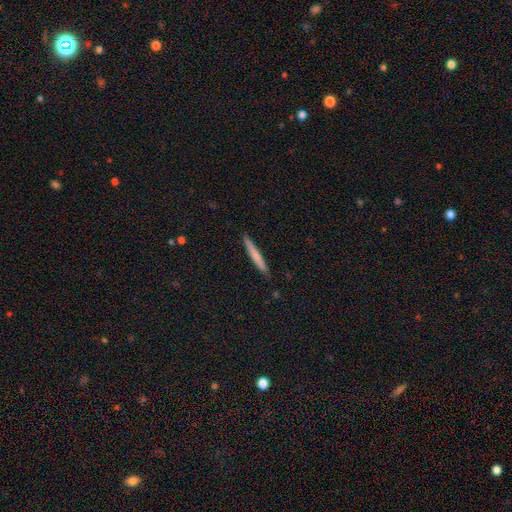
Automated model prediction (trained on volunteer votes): Smooth or featured?
  - smooth: 70% *
  - featured or disk: 24%
  - star or artifact: 6%
How rounded?
  - cigar-shaped: 96% *
  - in between: 3%
  - round: 1%
Merging?
  - none: 90% *
  - minor disturbance: 7%
  - major disturbance: 1%
  - merger: 1%